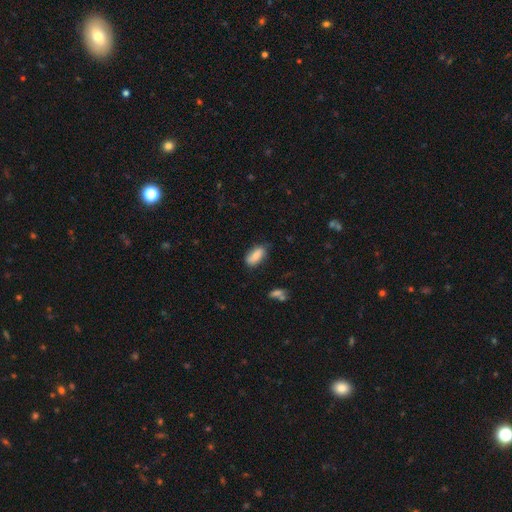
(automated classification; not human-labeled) The model was most divided on "merging": none: 70%, minor disturbance: 24%, major disturbance: 5%, merger: 2%. More confident: how rounded — in between (89%); smooth or featured — smooth (80%).